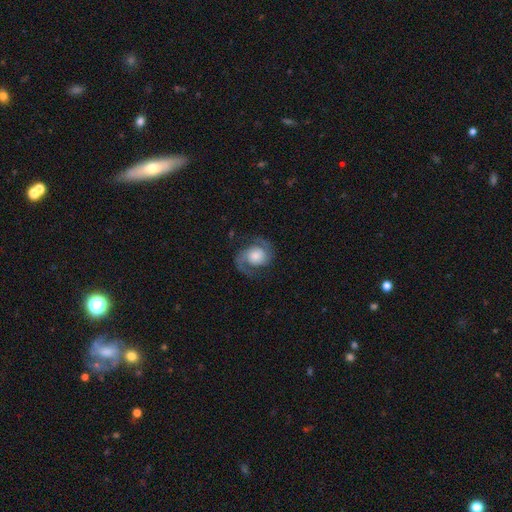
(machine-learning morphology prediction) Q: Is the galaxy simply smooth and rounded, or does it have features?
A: featured or disk — 84%.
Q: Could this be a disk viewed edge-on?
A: no — 98%.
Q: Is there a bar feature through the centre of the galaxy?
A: no — 68%.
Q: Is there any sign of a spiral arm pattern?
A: yes — 97%.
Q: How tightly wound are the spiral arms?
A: medium — 53%.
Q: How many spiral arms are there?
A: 2 — 91%.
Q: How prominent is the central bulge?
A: moderate — 34%.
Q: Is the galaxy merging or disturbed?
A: none — 74%.